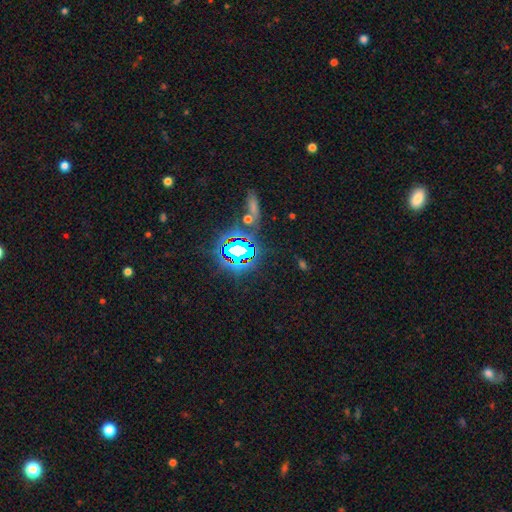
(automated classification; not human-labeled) This appears to be a star or artifact, not a galaxy (81%).